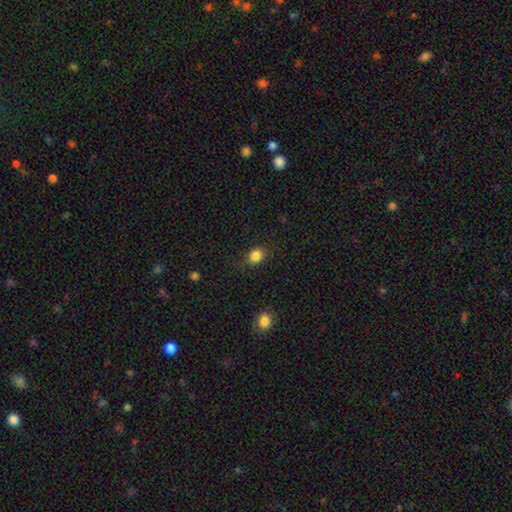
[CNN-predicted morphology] type=smooth (85%); roundness=round (52%); merging=none (79%).